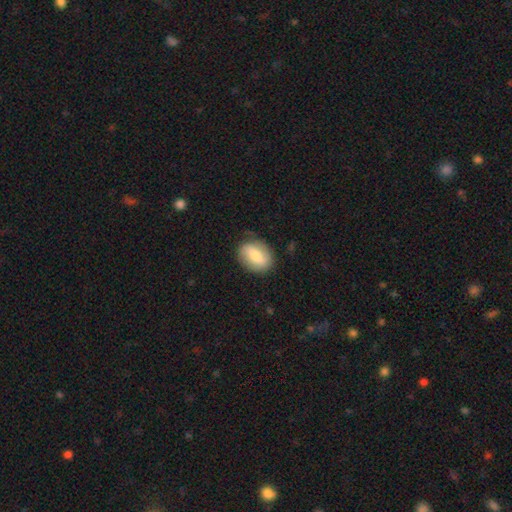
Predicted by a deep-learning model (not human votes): Q: Smooth or featured?
A: smooth (61%); runner-up: featured or disk (33%)
Q: How rounded?
A: in between (70%); runner-up: round (28%)
Q: Merging?
A: none (78%); runner-up: minor disturbance (16%)